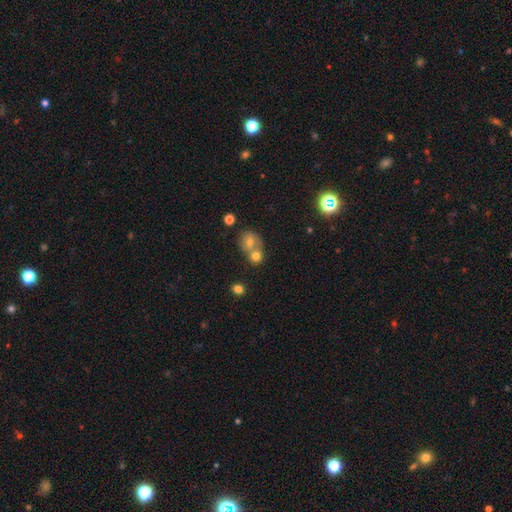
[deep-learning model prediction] smooth 69%, featured or disk 18%, star or artifact 13%. Down the decision tree: how rounded — round (72%); merging — merger (57%).